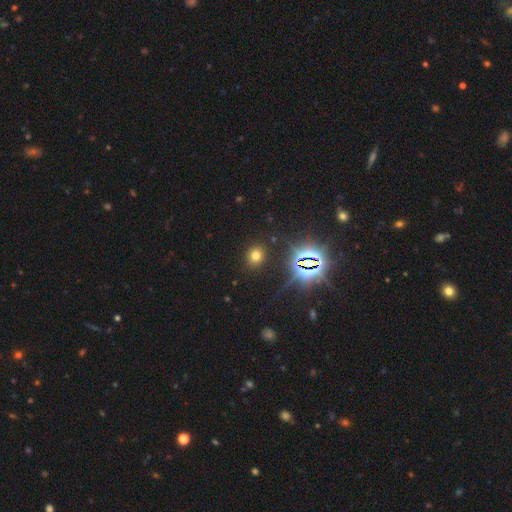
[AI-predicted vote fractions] Overall: smooth (64%; star or artifact 28%). How rounded: round (72%). Merging: none (88%).